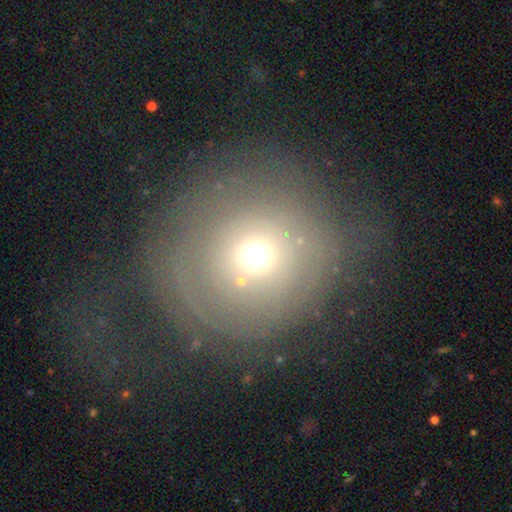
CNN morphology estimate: smooth 52%, featured or disk 33%, star or artifact 15%. Down the decision tree: how rounded — round (89%); merging — none (50%).